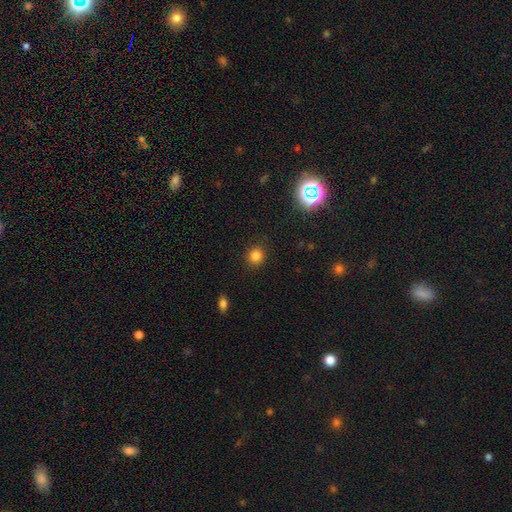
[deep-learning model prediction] The model was most divided on "smooth or featured": smooth: 81%, star or artifact: 14%, featured or disk: 4%. More confident: merging — none (89%); how rounded — round (85%).